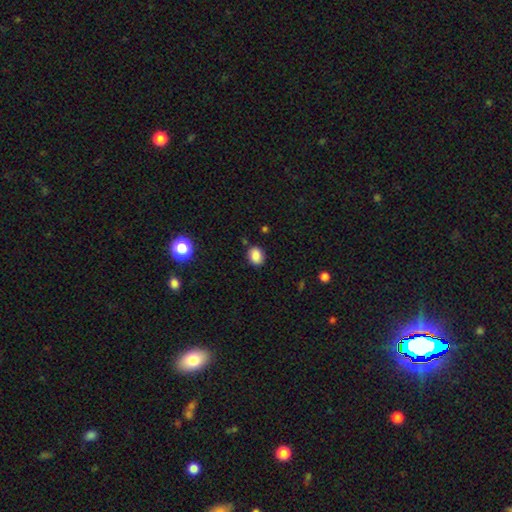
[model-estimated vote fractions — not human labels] smooth_or_featured: smooth (p=0.86) [alt: star or artifact p=0.10]
how_rounded: in between (p=0.57) [alt: round p=0.42]
merging: none (p=0.83) [alt: minor disturbance p=0.12]